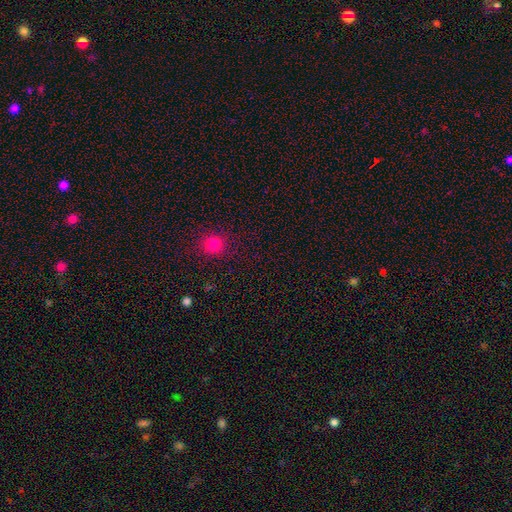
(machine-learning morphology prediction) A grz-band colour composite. It shows a smooth galaxy with no disk features (56%) that is round (86%). Merging: none (88%).